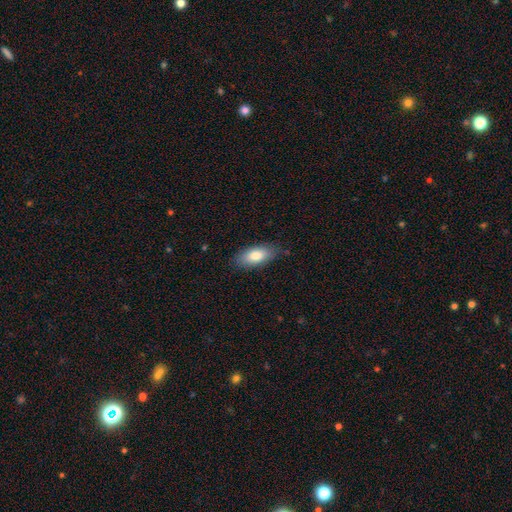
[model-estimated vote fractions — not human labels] A smooth galaxy with no disk features (81%) that is in between round and cigar-shaped (86%). Merging: none (81%).